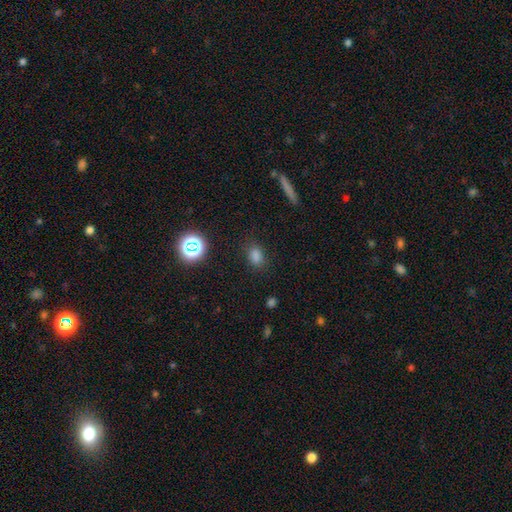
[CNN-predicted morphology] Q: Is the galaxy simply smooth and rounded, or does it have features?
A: smooth — 77%.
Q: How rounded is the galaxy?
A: in between — 66%.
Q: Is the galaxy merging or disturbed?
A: none — 82%.